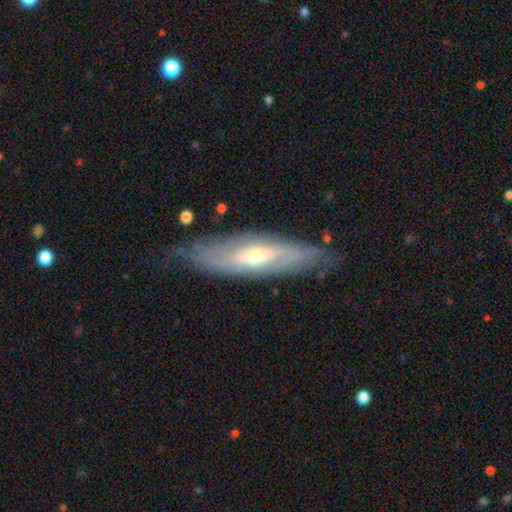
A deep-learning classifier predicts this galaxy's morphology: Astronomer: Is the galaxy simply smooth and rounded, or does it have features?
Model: featured or disk — 72%.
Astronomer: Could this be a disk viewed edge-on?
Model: no — 64%.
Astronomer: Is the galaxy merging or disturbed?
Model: none — 74%.